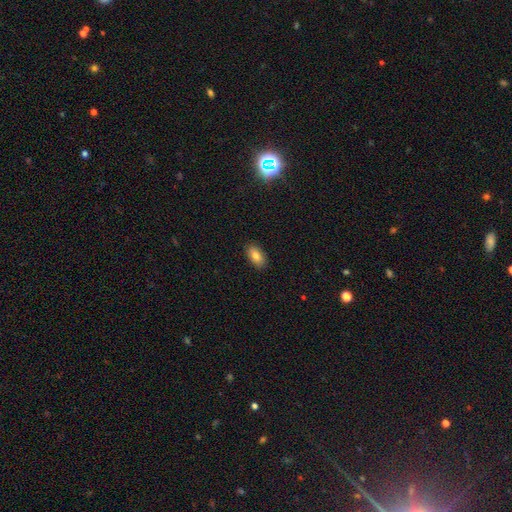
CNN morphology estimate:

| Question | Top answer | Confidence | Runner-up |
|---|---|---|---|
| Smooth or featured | smooth | 82% | featured or disk (9%) |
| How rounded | in between | 92% | round (5%) |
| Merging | none | 89% | minor disturbance (9%) |